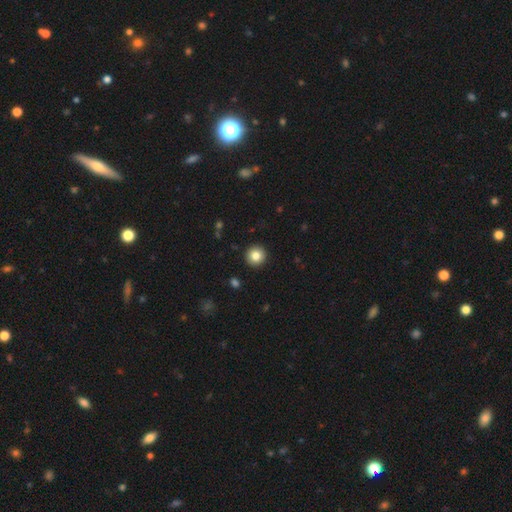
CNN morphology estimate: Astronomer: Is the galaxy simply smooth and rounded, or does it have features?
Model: smooth — 83%.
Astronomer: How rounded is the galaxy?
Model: round — 96%.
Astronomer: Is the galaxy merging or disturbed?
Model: none — 93%.